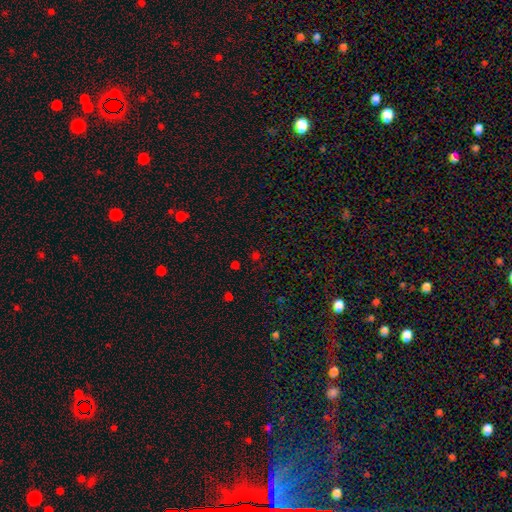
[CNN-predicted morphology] Smooth or featured: star or artifact — 47% (tied with smooth — 47%)